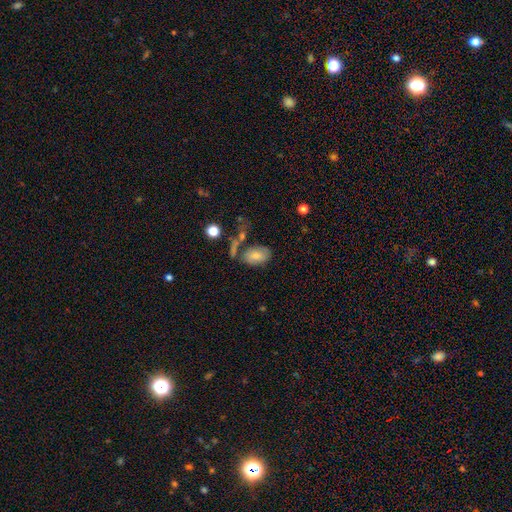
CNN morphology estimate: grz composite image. It shows a smooth galaxy with no disk features (77%) that is in between round and cigar-shaped (90%). Merging: none (56%).